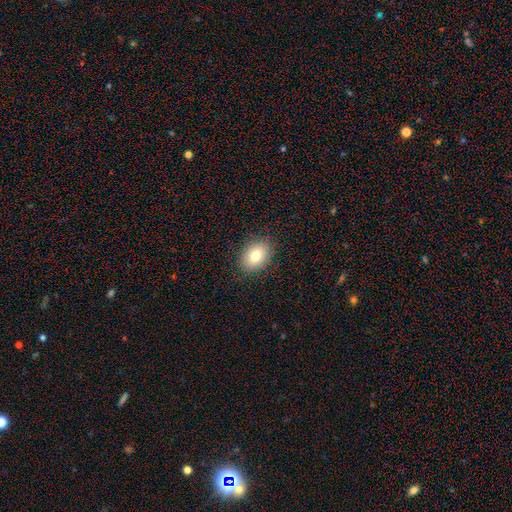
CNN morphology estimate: The model was most divided on "how rounded": in between: 72%, round: 27%, cigar-shaped: 1%. More confident: merging — none (87%); smooth or featured — smooth (78%).